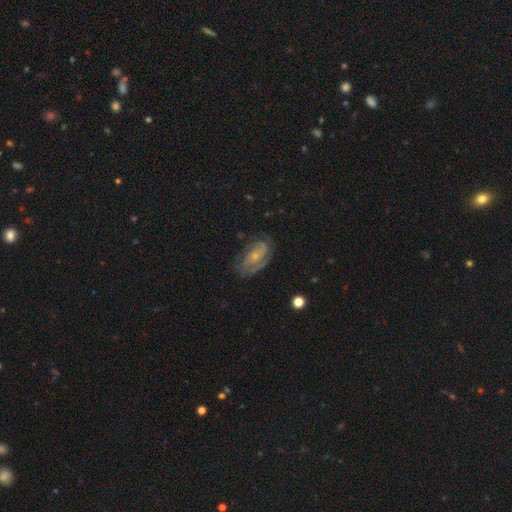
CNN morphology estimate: Smooth or featured? Predicted: featured or disk (p=0.72). Edge-on disk? Predicted: no (p=0.95). Bar? Predicted: no (p=0.68). Spiral arms? Predicted: yes (p=0.88). Spiral winding? Predicted: tight (p=0.51). Spiral arm count? Predicted: 2 (p=0.51). Bulge size? Predicted: small (p=0.67). Merging? Predicted: none (p=0.66).